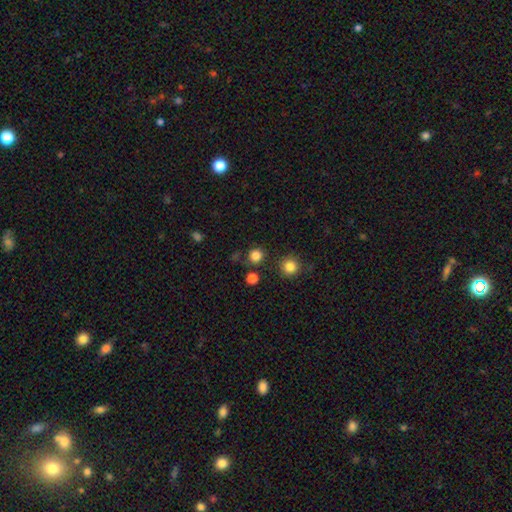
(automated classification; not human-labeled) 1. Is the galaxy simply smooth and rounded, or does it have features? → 81% smooth, 15% star or artifact, 4% featured or disk.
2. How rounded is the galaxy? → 92% round, 7% in between, 1% cigar-shaped.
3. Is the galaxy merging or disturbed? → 83% none, 8% minor disturbance, 6% merger, 3% major disturbance.